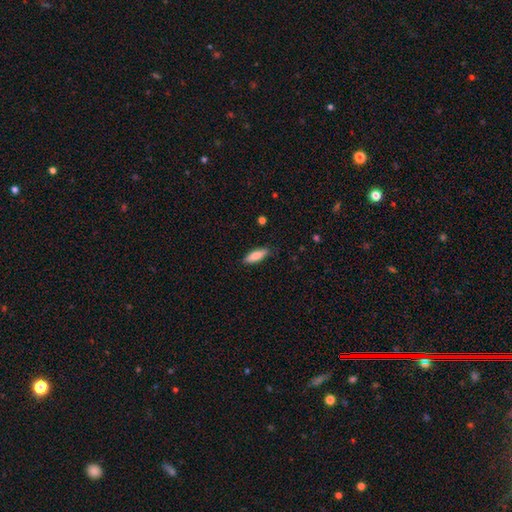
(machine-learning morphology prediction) This appears to be a smooth galaxy with no disk features (82%) that is in between round and cigar-shaped (57%). Merging: none (86%).